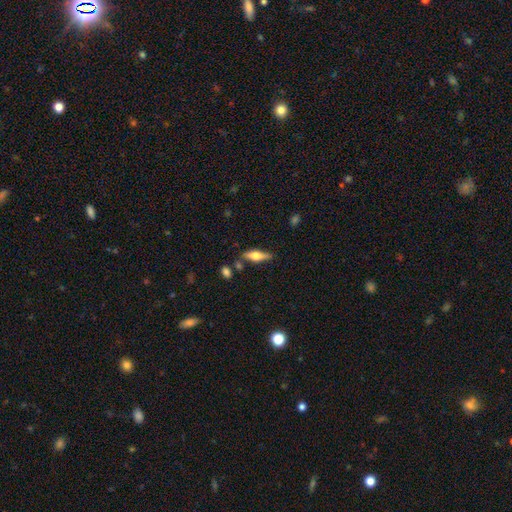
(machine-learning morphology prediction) Smooth or featured: featured or disk — 48% (smooth — 46%)
Merging: none — 77% (minor disturbance — 14%)